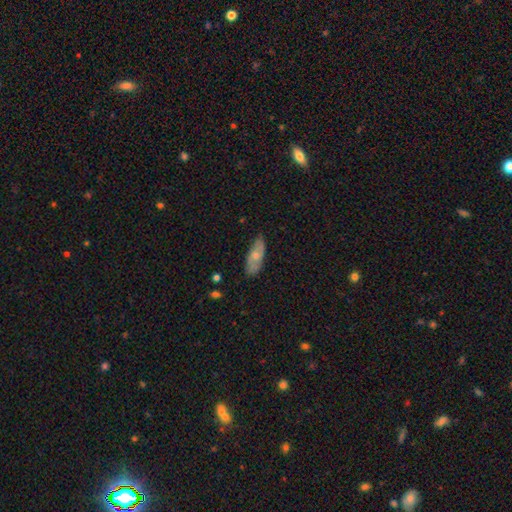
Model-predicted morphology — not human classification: Smooth or featured? smooth (58%)
How rounded? in between (77%)
Merging? none (75%)